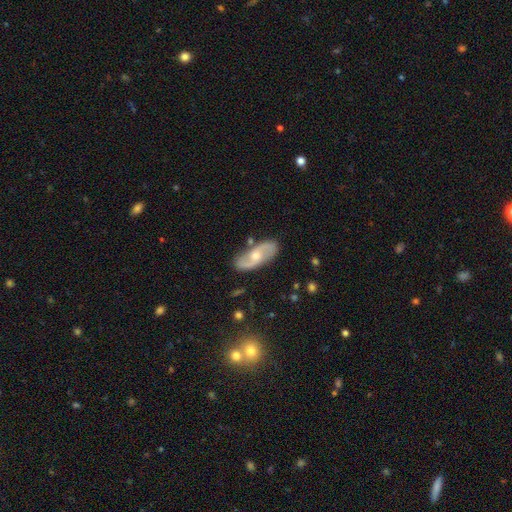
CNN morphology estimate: Smooth or featured? Predicted: featured or disk (p=0.77). Edge-on disk? Predicted: no (p=0.92). Bar? Predicted: no (p=0.58). Spiral arms? Predicted: yes (p=0.92). Spiral winding? Predicted: loose (p=0.45). Spiral arm count? Predicted: 2 (p=0.90). Bulge size? Predicted: moderate (p=0.60). Merging? Predicted: none (p=0.82).